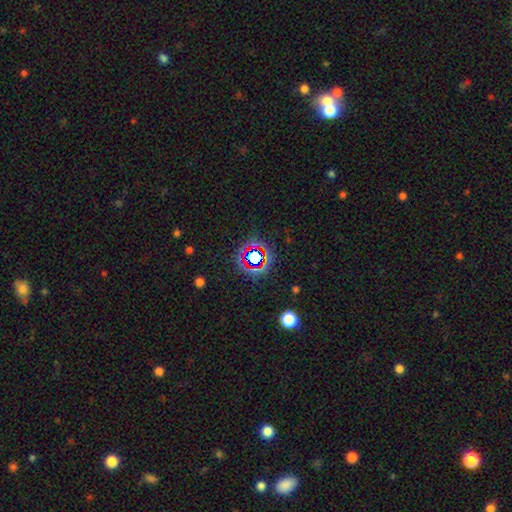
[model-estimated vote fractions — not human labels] Overall: star or artifact (71%).